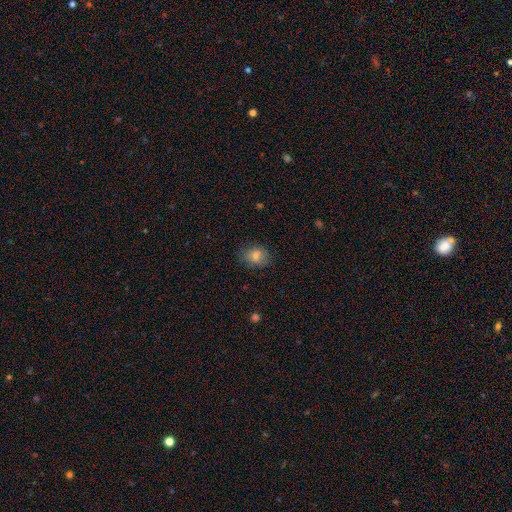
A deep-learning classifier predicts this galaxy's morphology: Smooth or featured?
  - smooth: 72% *
  - star or artifact: 14%
  - featured or disk: 14%
How rounded?
  - in between: 53% *
  - round: 45%
  - cigar-shaped: 1%
Merging?
  - none: 76% *
  - minor disturbance: 16%
  - major disturbance: 5%
  - merger: 4%